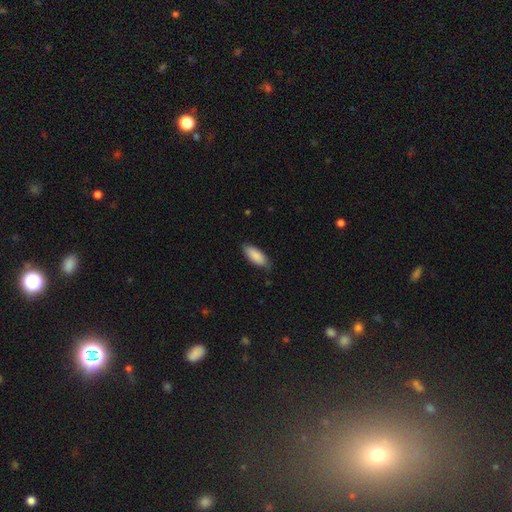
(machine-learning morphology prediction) This is clearly a smooth galaxy (88%). How rounded: likely in between (77%). Merging: likely none (77%).